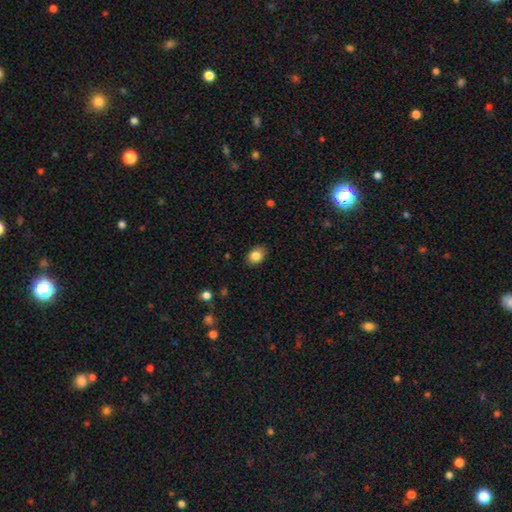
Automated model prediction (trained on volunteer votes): smooth-or-featured: smooth: 84% | star or artifact: 9% | featured or disk: 7%
  how-rounded: in between: 69% | round: 30% | cigar-shaped: 1%
  merging: none: 86% | minor disturbance: 11% | major disturbance: 2% | merger: 1%